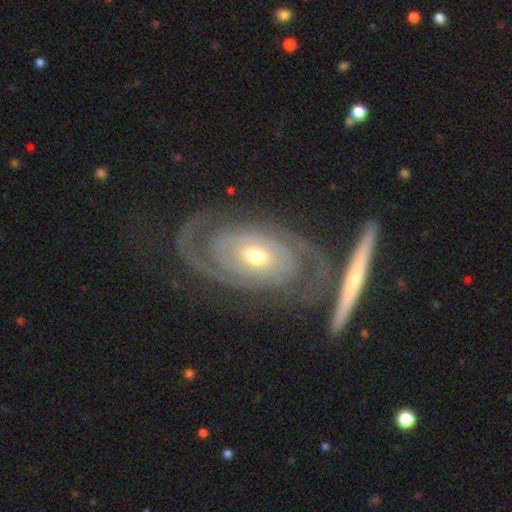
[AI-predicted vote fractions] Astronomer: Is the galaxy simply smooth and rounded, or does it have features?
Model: featured or disk — 89%.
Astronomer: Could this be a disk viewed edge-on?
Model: no — 94%.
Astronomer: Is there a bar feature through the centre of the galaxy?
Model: no — 62%.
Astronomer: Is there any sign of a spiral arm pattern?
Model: yes — 96%.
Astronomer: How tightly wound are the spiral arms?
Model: tight — 75%.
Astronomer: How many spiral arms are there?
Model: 2 — 71%.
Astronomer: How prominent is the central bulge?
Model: moderate — 55% (runner-up: small, 40%).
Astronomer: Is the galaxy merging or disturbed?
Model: none — 65%.